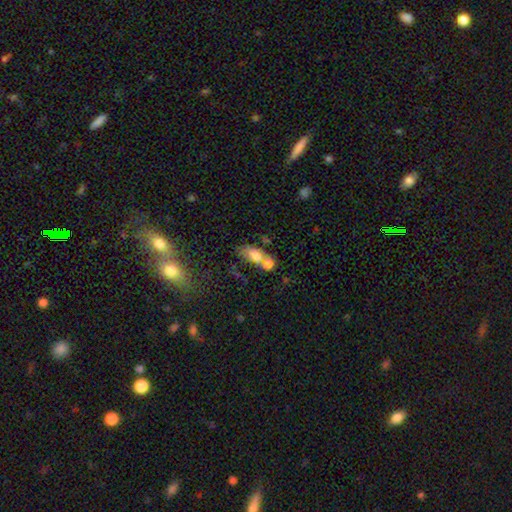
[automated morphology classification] Smooth or featured: smooth — 70% (featured or disk — 19%)
How rounded: in between — 81% (cigar-shaped — 10%)
Merging: merger — 46% (none — 32%)